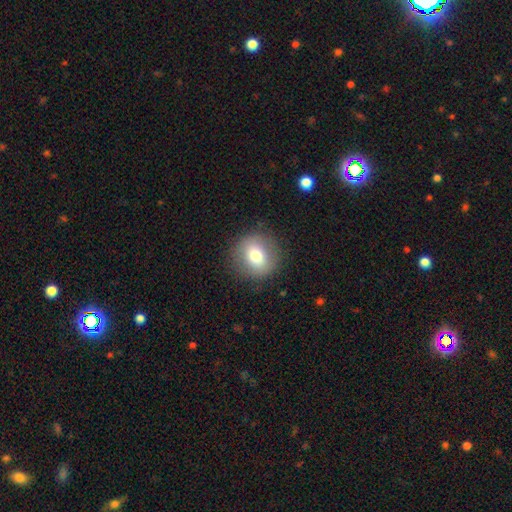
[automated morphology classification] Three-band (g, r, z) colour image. It shows a smooth galaxy with no disk features (73%) that is round (87%). Merging: none (87%).